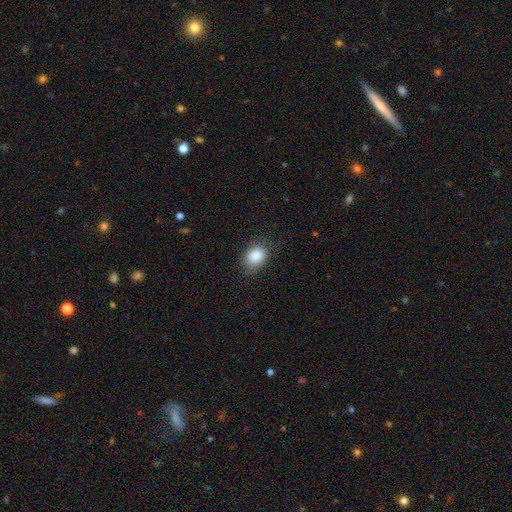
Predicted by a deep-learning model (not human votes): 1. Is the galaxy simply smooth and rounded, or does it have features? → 86% smooth, 9% star or artifact, 5% featured or disk.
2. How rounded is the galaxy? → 64% in between, 35% round, 1% cigar-shaped.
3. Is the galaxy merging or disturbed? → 78% none, 17% minor disturbance, 4% major disturbance, 1% merger.